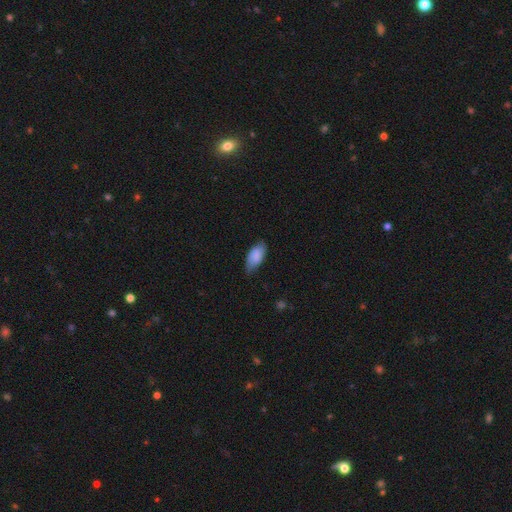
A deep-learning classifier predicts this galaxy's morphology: This appears to be a smooth galaxy with no disk features (79%) that is in between round and cigar-shaped (91%). Merging: none (59%).